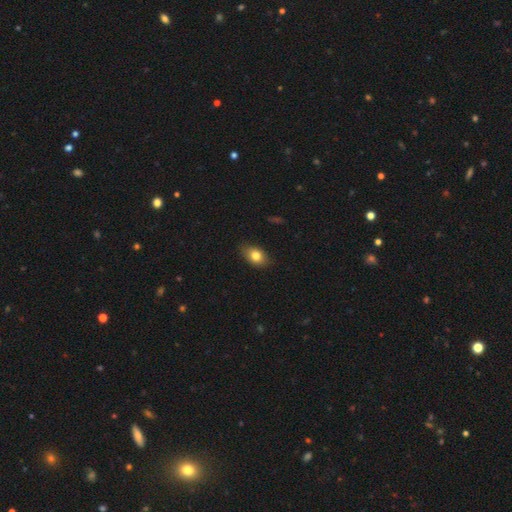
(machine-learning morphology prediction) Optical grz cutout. It shows a smooth galaxy with no disk features (80%) that is in between round and cigar-shaped (80%). Merging: none (82%).